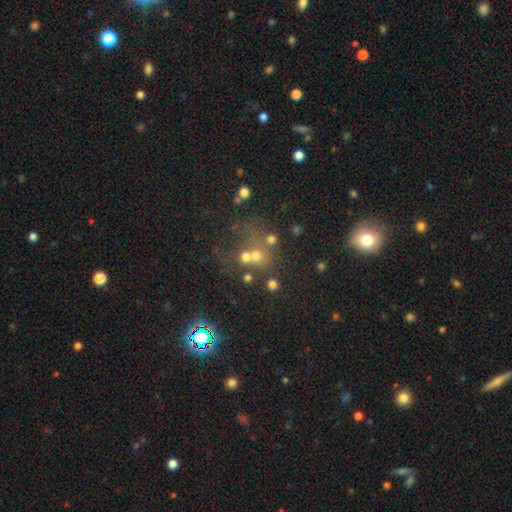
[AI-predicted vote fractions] A smooth galaxy with no disk features (53%) that is round (81%). Merging: none (43%).